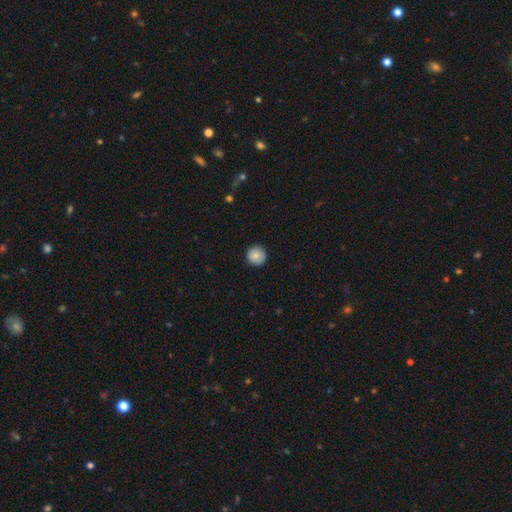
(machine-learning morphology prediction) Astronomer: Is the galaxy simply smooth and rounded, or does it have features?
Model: smooth — 87%.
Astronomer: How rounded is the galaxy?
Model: round — 95%.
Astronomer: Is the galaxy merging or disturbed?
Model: none — 91%.